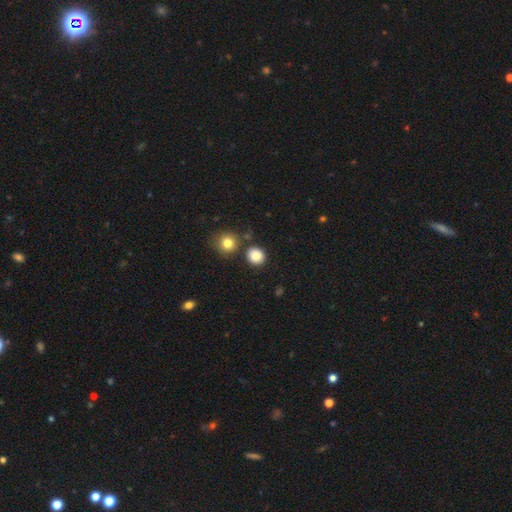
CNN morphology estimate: type=smooth (85%); roundness=round (86%); merging=none (83%).